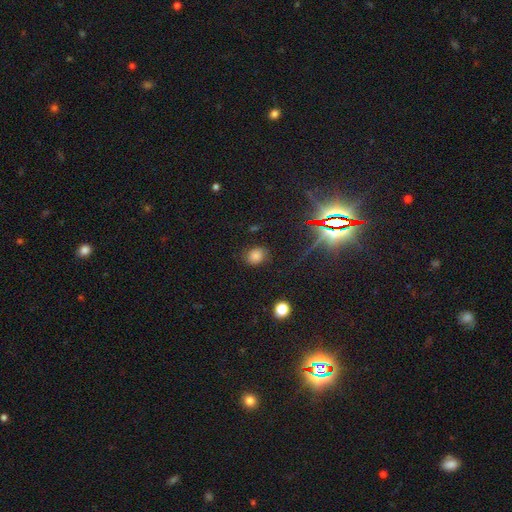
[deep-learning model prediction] A smooth galaxy with no disk features (69%) that is round (58%).

Vote fractions:
- Smooth or featured? smooth: 69% / star or artifact: 19% / featured or disk: 13%
- How rounded? round: 58% / in between: 41% / cigar-shaped: 1%
- Merging? none: 75% / minor disturbance: 17% / major disturbance: 6% / merger: 2%